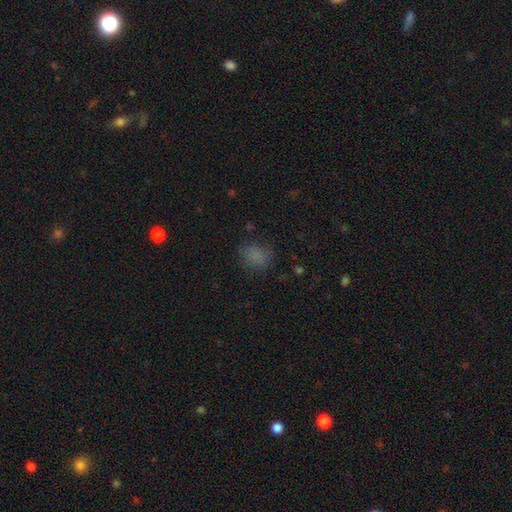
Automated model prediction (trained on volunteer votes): This is likely a smooth galaxy (78%). How rounded: possibly round (52%). Merging: likely none (75%).